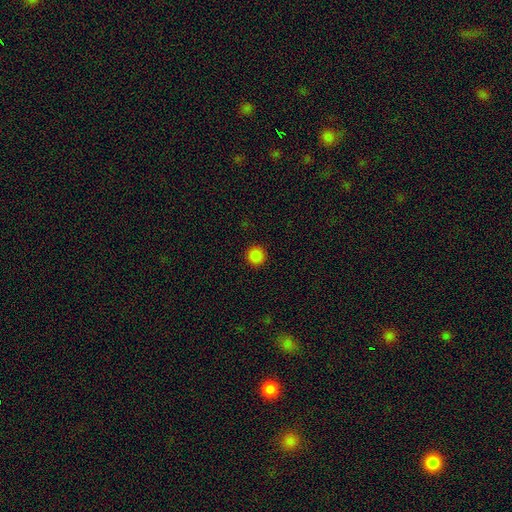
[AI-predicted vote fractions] Smooth or featured?
  - smooth: 87% *
  - star or artifact: 11%
  - featured or disk: 2%
How rounded?
  - round: 95% *
  - in between: 4%
  - cigar-shaped: 1%
Merging?
  - none: 93% *
  - minor disturbance: 5%
  - major disturbance: 2%
  - merger: 1%